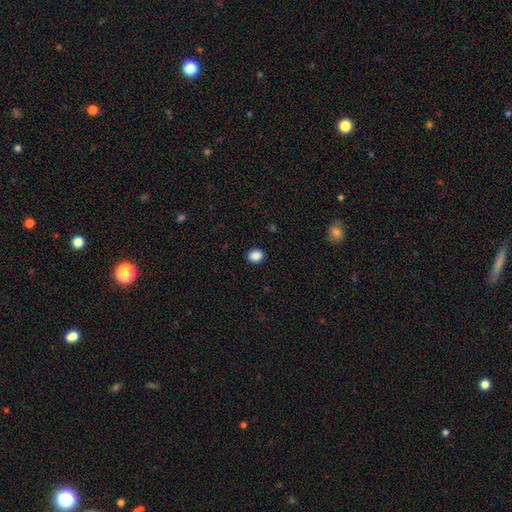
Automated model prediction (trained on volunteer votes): Overall: smooth (88%). How rounded: round (59%; in between 40%). Merging: none (90%).